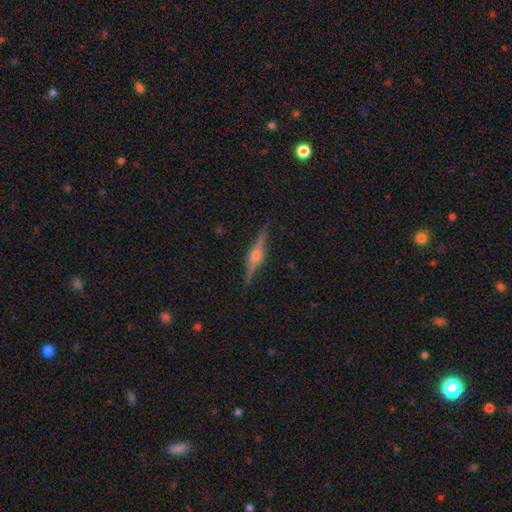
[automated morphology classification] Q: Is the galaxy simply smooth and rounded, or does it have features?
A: featured or disk — 84%.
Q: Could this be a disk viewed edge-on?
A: yes — 98%.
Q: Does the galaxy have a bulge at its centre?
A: rounded — 90%.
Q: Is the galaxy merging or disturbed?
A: none — 91%.